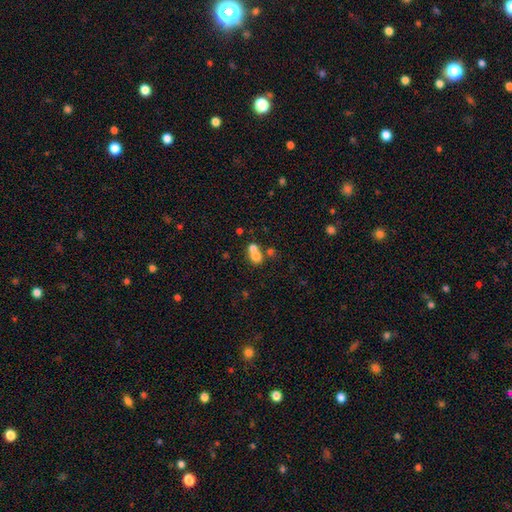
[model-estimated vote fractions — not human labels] smooth_or_featured: smooth (p=0.70) [alt: featured or disk p=0.17]
how_rounded: round (p=0.64) [alt: in between p=0.35]
merging: merger (p=0.64) [alt: none p=0.27]